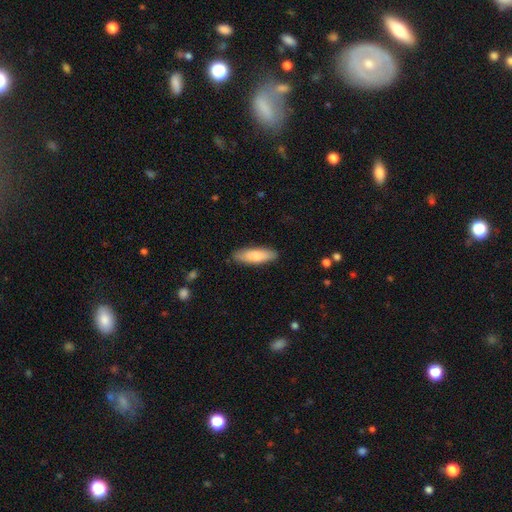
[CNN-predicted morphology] Smooth or featured? Predicted: smooth (p=0.78). How rounded? Predicted: cigar-shaped (p=0.50). Merging? Predicted: none (p=0.86).